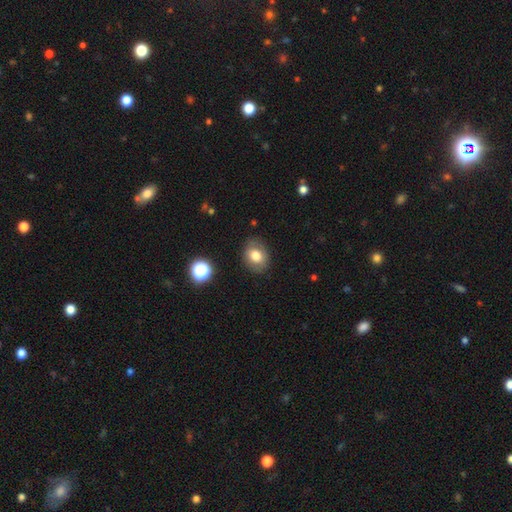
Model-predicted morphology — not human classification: Smooth or featured? smooth (76%)
How rounded? in between (53%)
Merging? none (83%)